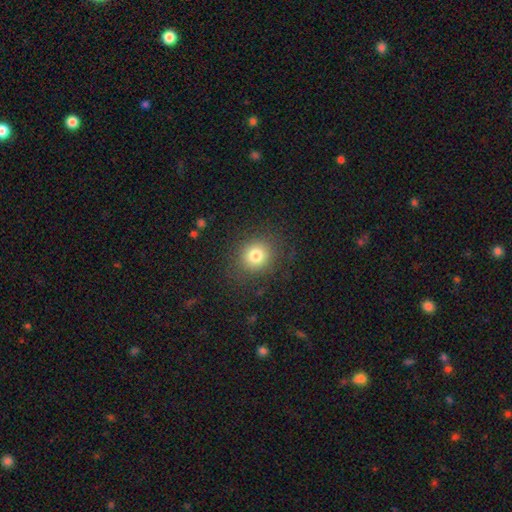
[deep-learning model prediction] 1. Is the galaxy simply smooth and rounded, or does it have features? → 79% smooth, 13% star or artifact, 8% featured or disk.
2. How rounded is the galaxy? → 84% round, 15% in between, 1% cigar-shaped.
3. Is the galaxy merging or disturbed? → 85% none, 9% minor disturbance, 5% major disturbance, 1% merger.